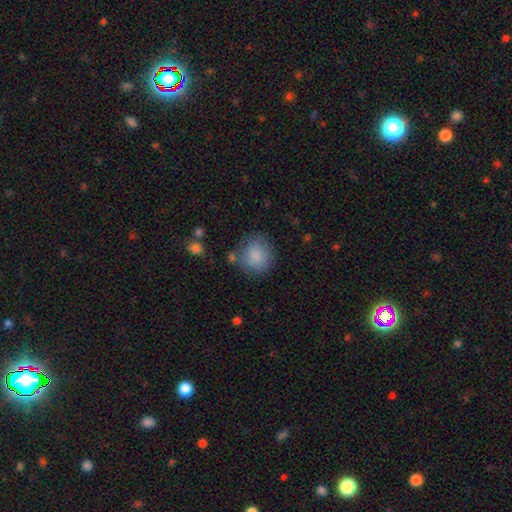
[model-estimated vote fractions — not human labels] Smooth or featured: smooth — 83% (featured or disk — 9%)
How rounded: round — 82% (in between — 17%)
Merging: none — 65% (minor disturbance — 21%)